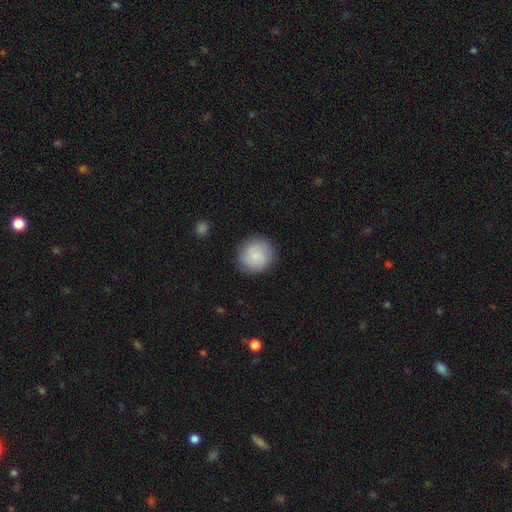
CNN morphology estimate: A smooth galaxy with no disk features (79%) that is round (92%). Merging: none (87%).